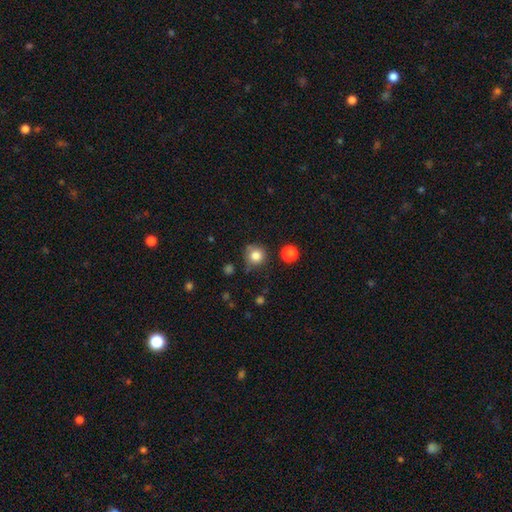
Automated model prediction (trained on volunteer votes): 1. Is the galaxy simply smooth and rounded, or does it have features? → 83% smooth, 12% star or artifact, 6% featured or disk.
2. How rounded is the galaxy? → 92% round, 7% in between, 1% cigar-shaped.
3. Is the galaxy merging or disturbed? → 76% none, 15% minor disturbance, 5% merger, 4% major disturbance.